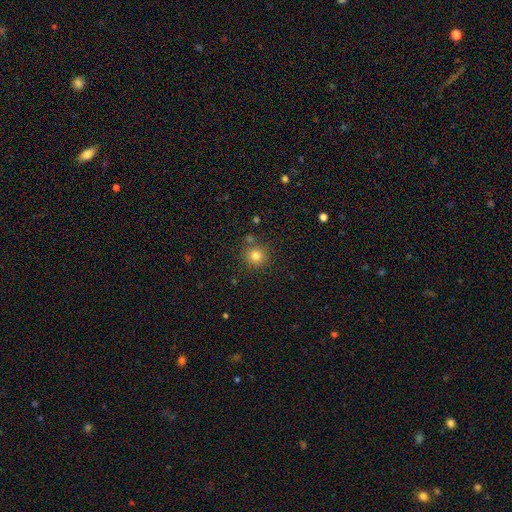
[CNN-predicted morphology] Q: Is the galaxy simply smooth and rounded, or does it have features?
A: smooth — 80%.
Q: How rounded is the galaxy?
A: round — 94%.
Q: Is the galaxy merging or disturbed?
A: none — 81%.